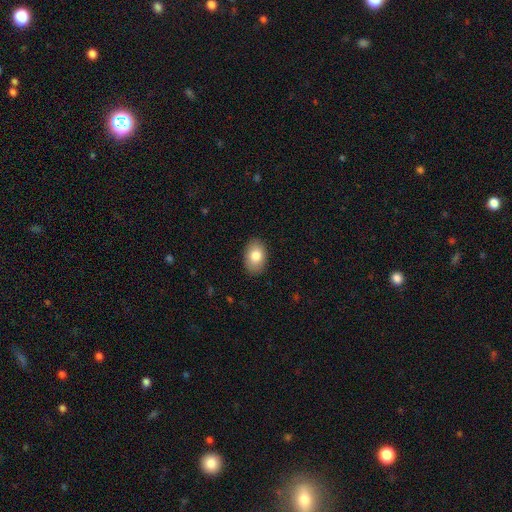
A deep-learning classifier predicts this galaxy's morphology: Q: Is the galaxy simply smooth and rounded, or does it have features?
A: smooth — 81%.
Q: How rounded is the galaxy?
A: in between — 86%.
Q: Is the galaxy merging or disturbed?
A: none — 88%.